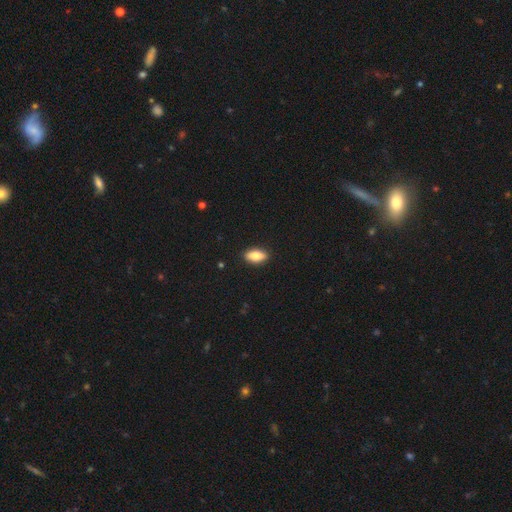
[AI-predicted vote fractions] Overall: smooth (80%). How rounded: in between (87%). Merging: none (90%).